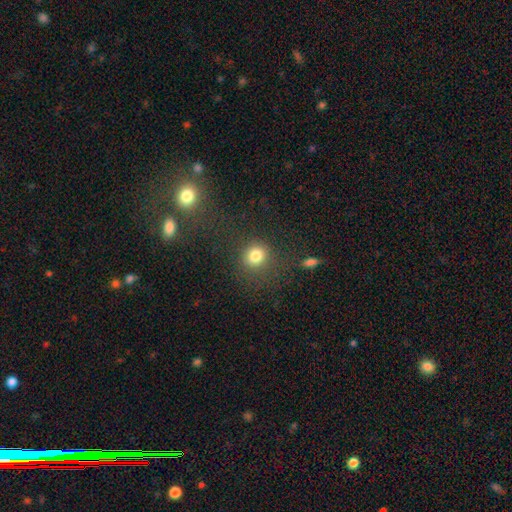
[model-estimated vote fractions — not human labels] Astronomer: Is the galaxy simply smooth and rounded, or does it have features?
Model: smooth — 81%.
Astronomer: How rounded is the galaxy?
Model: round — 85%.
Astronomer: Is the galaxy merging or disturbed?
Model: none — 77%.